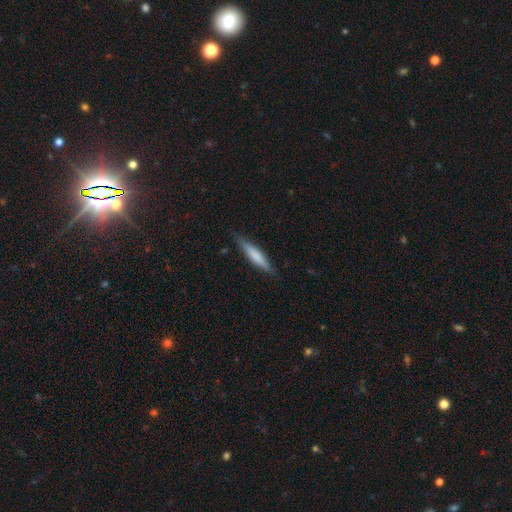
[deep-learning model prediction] smooth 65%, featured or disk 29%, star or artifact 6%. Down the decision tree: how rounded — cigar-shaped (85%); merging — none (81%).